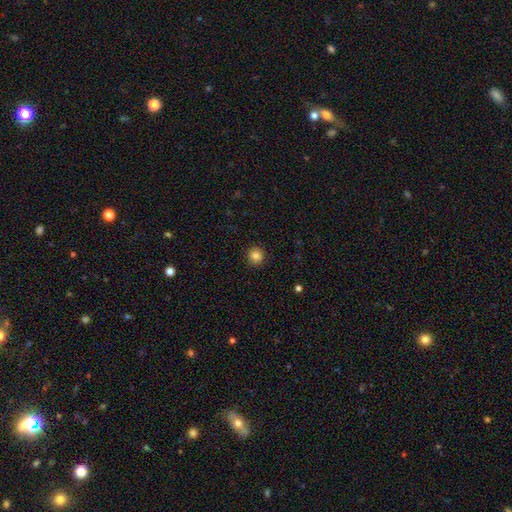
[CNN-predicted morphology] smooth_or_featured: smooth (p=0.85) [alt: star or artifact p=0.11]
how_rounded: round (p=0.92) [alt: in between p=0.07]
merging: none (p=0.92) [alt: minor disturbance p=0.05]